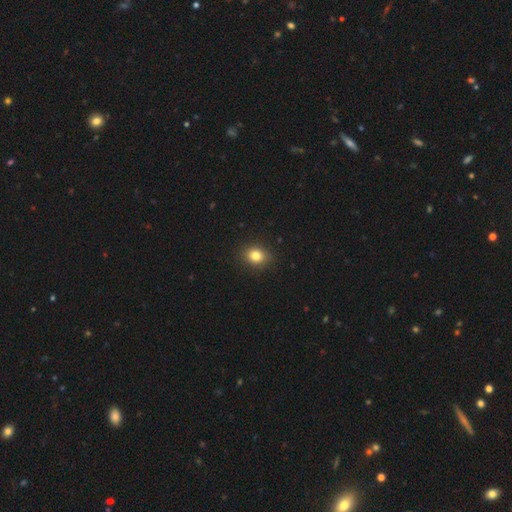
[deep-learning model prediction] smooth 82%, star or artifact 12%, featured or disk 7%. Down the decision tree: how rounded — round (59%); merging — none (90%).